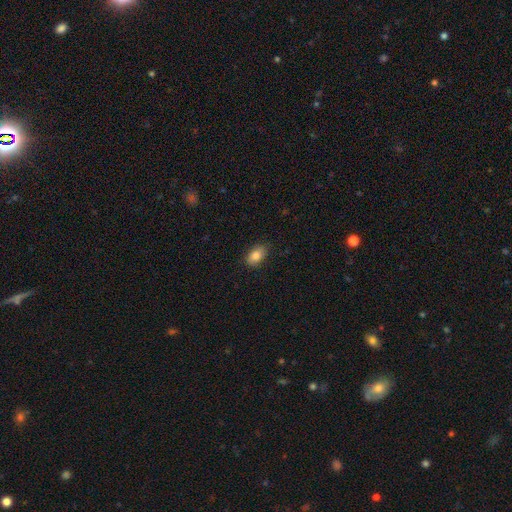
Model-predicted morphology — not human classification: This appears to be a smooth galaxy with no disk features (85%) that is in between round and cigar-shaped (87%). Merging: none (83%).